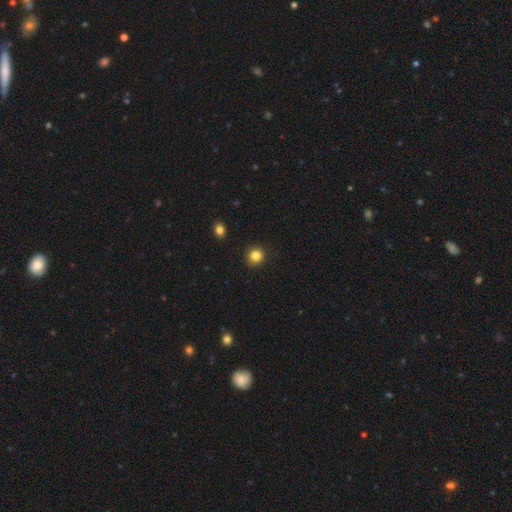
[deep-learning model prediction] Morphology: type=smooth (83%); roundness=round (88%); merging=none (90%).